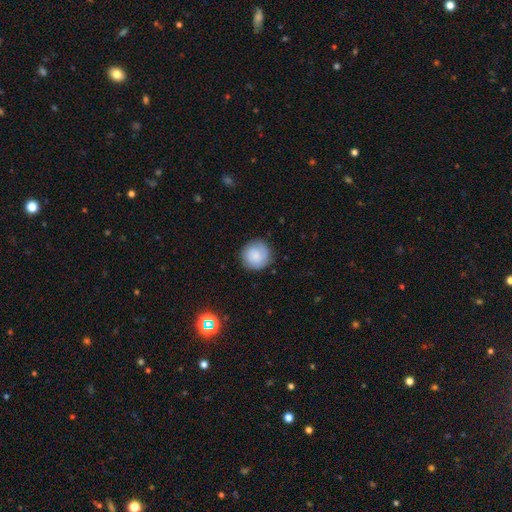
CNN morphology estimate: A smooth galaxy with no disk features (78%) that is round (94%).

Vote fractions:
- Smooth or featured? smooth: 78% / featured or disk: 15% / star or artifact: 7%
- How rounded? round: 94% / in between: 5% / cigar-shaped: 1%
- Merging? none: 84% / minor disturbance: 11% / major disturbance: 3% / merger: 1%